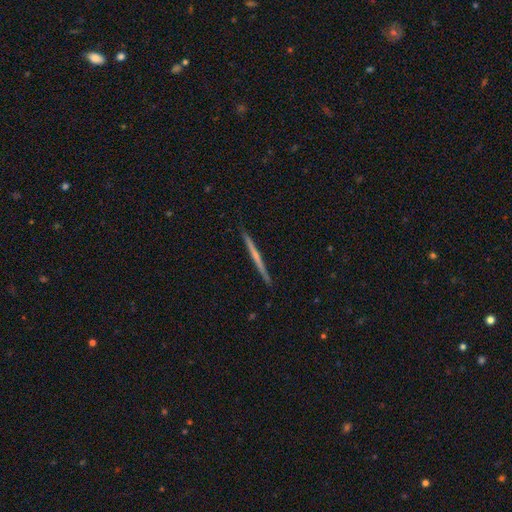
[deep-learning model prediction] Q: Smooth or featured?
A: featured or disk (62%); runner-up: smooth (33%)
Q: Edge-on disk?
A: yes (98%); runner-up: no (2%)
Q: Edge-on bulge?
A: none (77%); runner-up: rounded (18%)
Q: Merging?
A: none (92%); runner-up: minor disturbance (5%)